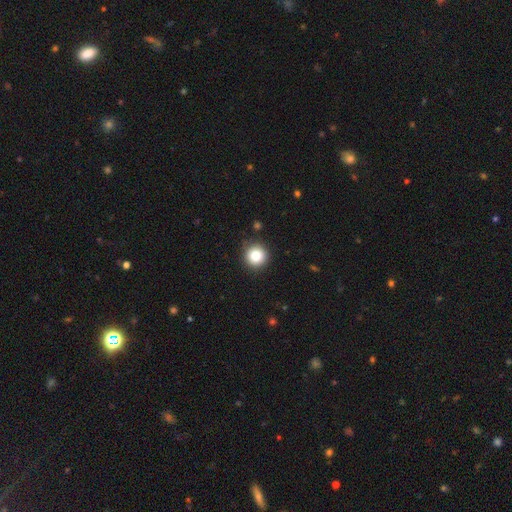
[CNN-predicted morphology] Smooth or featured? smooth (83%)
How rounded? round (94%)
Merging? none (88%)